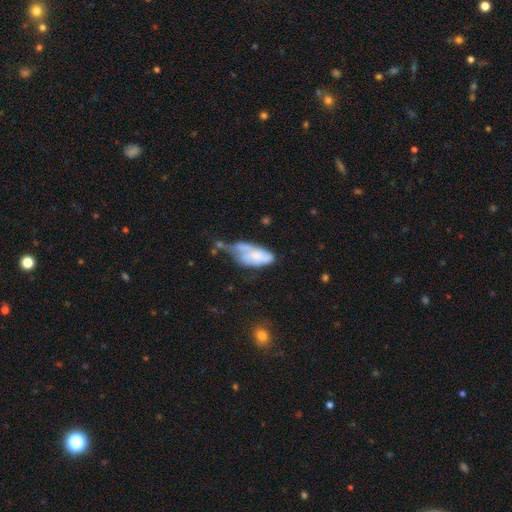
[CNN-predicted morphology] smooth 55%, featured or disk 37%, star or artifact 8%. Down the decision tree: how rounded — in between (87%); merging — major disturbance (35%).